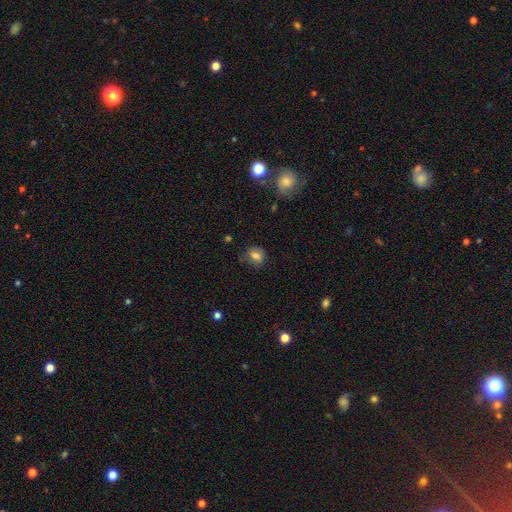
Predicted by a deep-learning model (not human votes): A smooth galaxy with no disk features (76%) that is round (56%). Merging: none (73%).